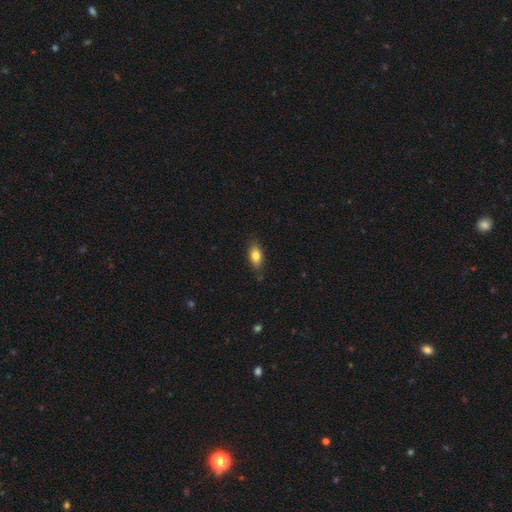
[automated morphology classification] smooth_or_featured: smooth (p=0.80) [alt: featured or disk p=0.13]
how_rounded: in between (p=0.84) [alt: cigar-shaped p=0.10]
merging: none (p=0.80) [alt: minor disturbance p=0.16]